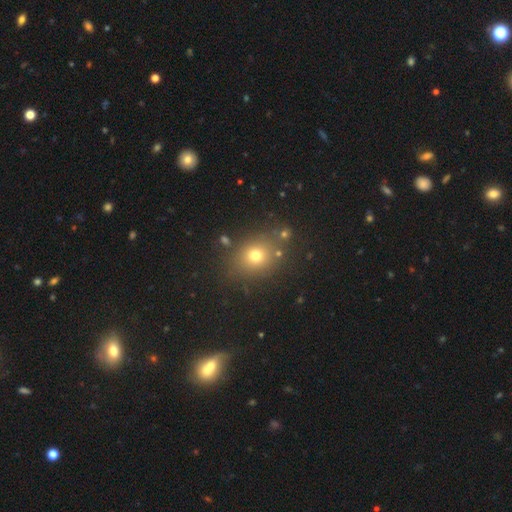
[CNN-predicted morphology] Smooth or featured? Predicted: smooth (p=0.71). How rounded? Predicted: round (p=0.65). Merging? Predicted: none (p=0.80).